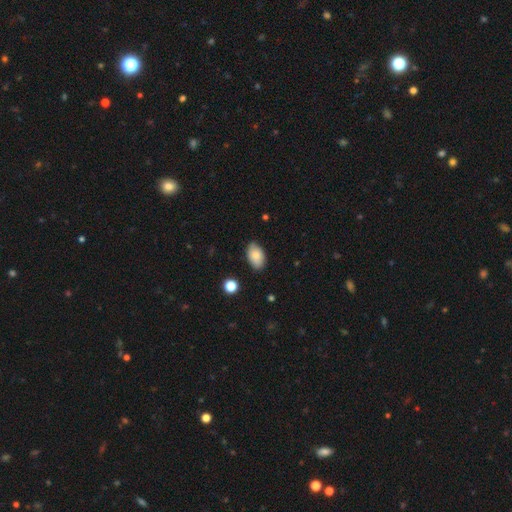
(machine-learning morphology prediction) type=smooth (82%); roundness=in between (92%); merging=none (80%).